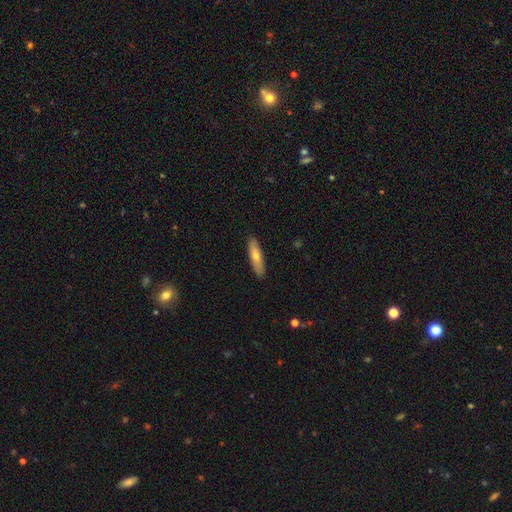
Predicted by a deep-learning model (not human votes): A smooth galaxy with no disk features (65%) that is cigar-shaped (65%). Merging: none (88%).